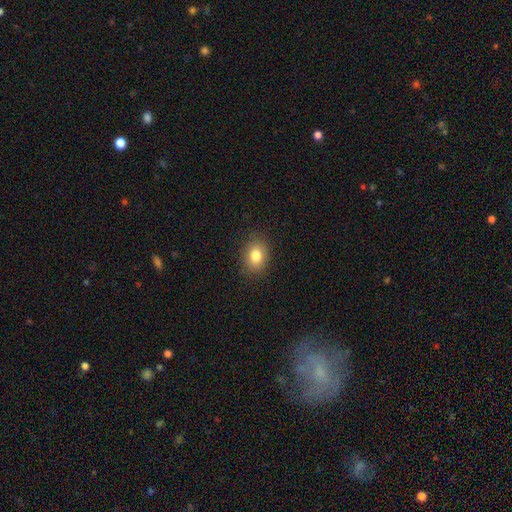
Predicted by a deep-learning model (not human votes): This is clearly a smooth galaxy (82%). How rounded: likely in between (62%). Merging: clearly none (87%).